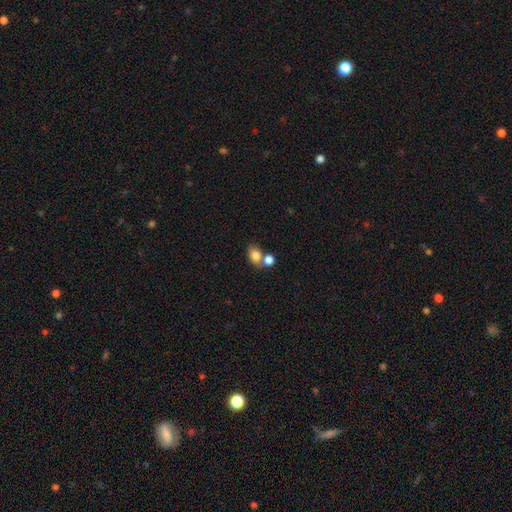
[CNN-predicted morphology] Smooth or featured? Predicted: smooth (p=0.81). How rounded? Predicted: in between (p=0.65). Merging? Predicted: none (p=0.50).